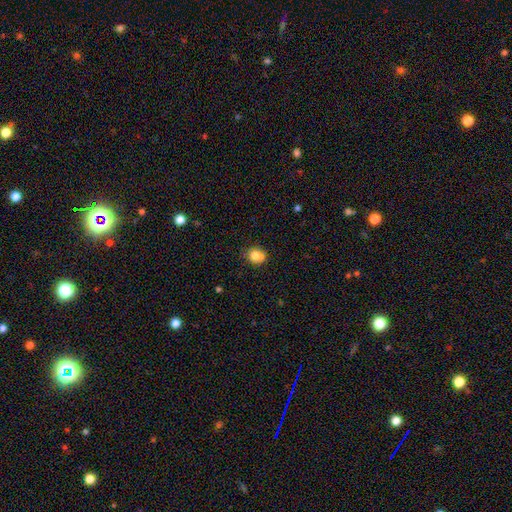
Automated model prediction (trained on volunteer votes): smooth_or_featured: smooth (p=0.78) [alt: featured or disk p=0.11]
how_rounded: round (p=0.72) [alt: in between p=0.27]
merging: none (p=0.62) [alt: minor disturbance p=0.19]